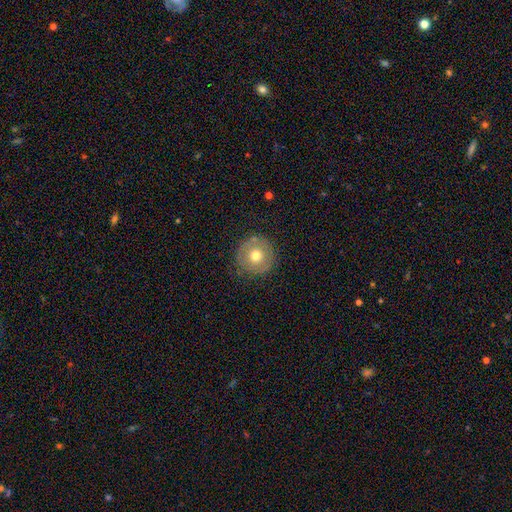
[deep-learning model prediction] Morphology: type=smooth (61%); roundness=round (95%); merging=none (84%).